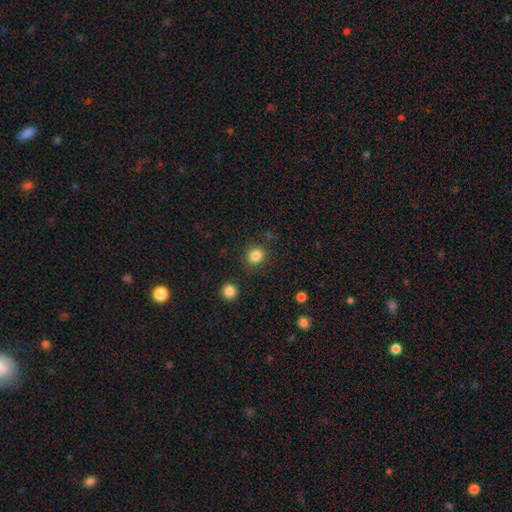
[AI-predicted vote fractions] smooth 84%, star or artifact 12%, featured or disk 5%. Down the decision tree: how rounded — round (83%); merging — none (86%).